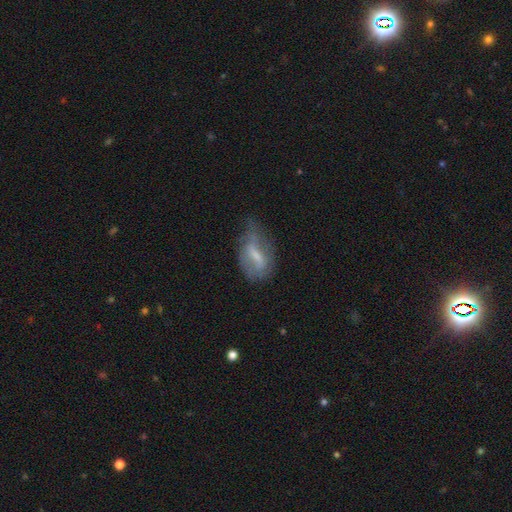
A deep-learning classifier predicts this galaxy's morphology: This appears to be a featured or disk galaxy (46%). Merging: minor disturbance (36%).